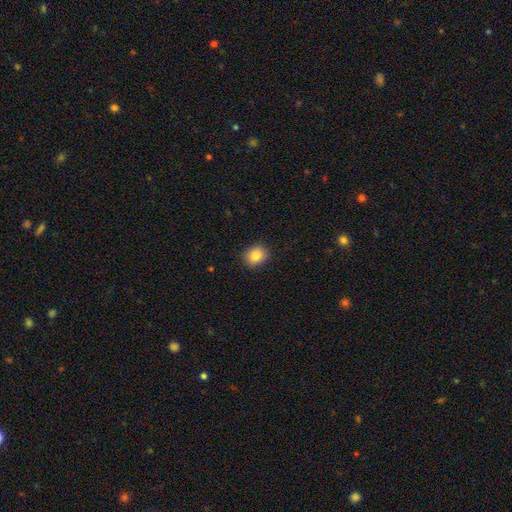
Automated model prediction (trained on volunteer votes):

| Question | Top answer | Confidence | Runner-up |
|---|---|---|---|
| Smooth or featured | smooth | 84% | star or artifact (9%) |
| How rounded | round | 67% | in between (32%) |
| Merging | none | 90% | minor disturbance (8%) |